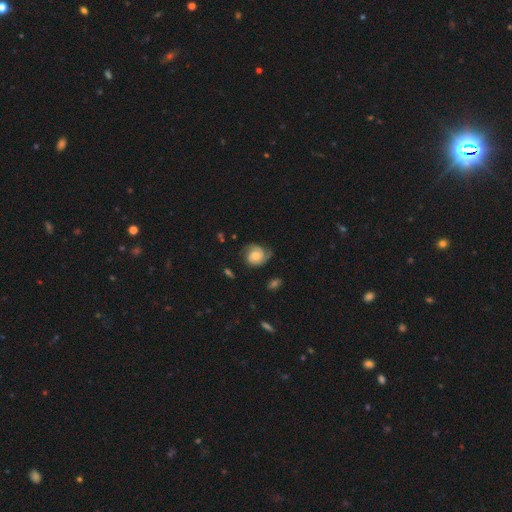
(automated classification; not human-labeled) The model was most divided on "spiral winding": tight: 51%, medium: 35%, loose: 14%. Remaining: edge-on disk — no (98%); spiral arms — yes (93%); bar — no (74%); smooth or featured — featured or disk (62%); merging — none (61%); spiral arm count — 2 (54%); bulge size — moderate (46%).